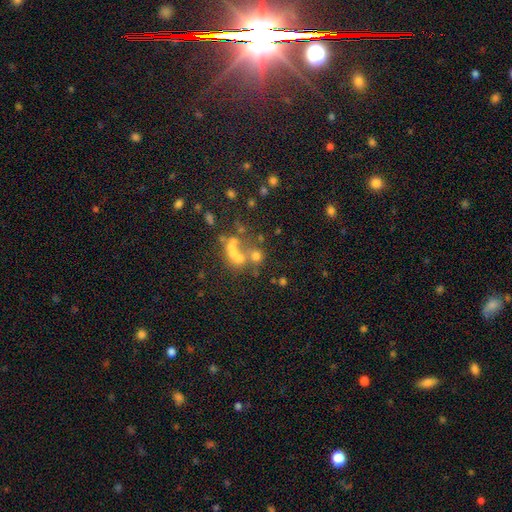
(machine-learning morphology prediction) Overall: smooth (48%; featured or disk 27%). Merging: merger (45%; none 36%).